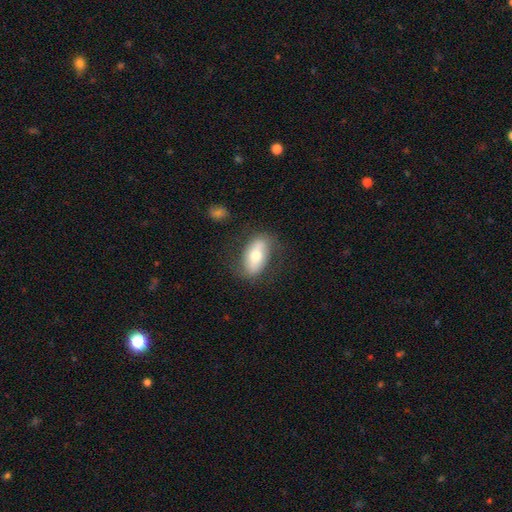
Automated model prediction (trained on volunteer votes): Smooth or featured? smooth (55%)
How rounded? in between (88%)
Merging? none (72%)